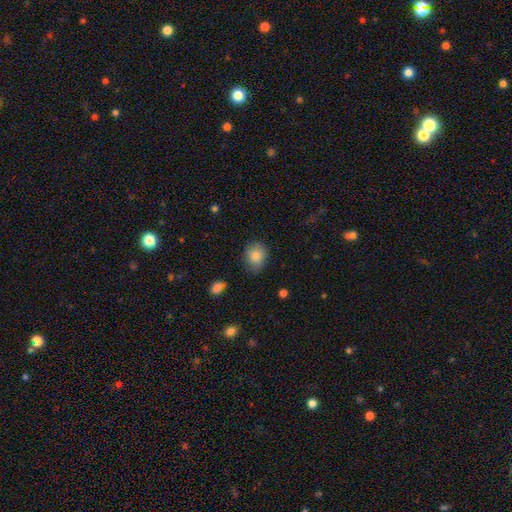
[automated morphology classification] Smooth or featured? Predicted: smooth (p=0.84). How rounded? Predicted: round (p=0.55). Merging? Predicted: none (p=0.72).